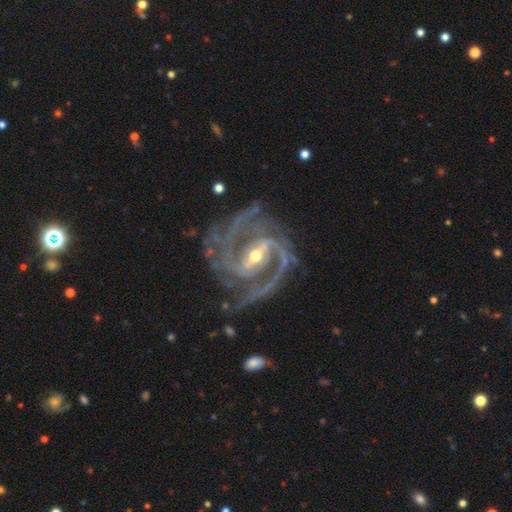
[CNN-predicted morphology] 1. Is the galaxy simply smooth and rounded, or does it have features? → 94% featured or disk, 4% star or artifact, 2% smooth.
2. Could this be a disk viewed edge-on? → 98% no, 2% yes.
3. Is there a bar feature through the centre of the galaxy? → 56% strong, 34% weak, 10% no.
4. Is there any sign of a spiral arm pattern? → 99% yes, 1% no.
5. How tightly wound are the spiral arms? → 52% medium, 37% tight, 10% loose.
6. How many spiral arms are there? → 58% 2, 20% 3, 7% can't tell, 6% 4, 5% 1, 5% more than 4.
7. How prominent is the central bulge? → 49% small, 47% moderate, 2% large, 1% none, 1% dominant.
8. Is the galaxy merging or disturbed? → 66% none, 19% minor disturbance, 13% major disturbance, 2% merger.